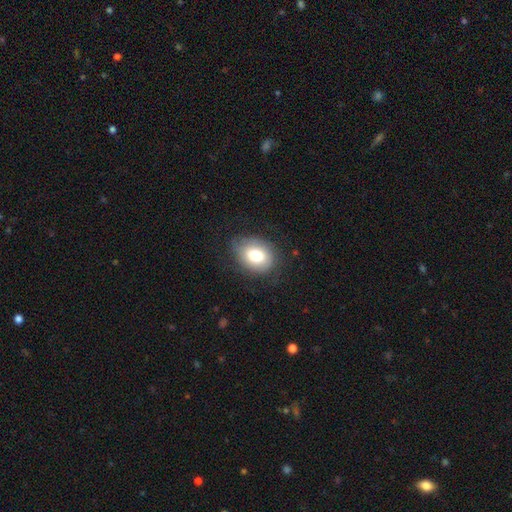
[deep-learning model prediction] smooth-or-featured: smooth: 76% | featured or disk: 17% | star or artifact: 8%
  how-rounded: in between: 70% | round: 29% | cigar-shaped: 1%
  merging: none: 74% | minor disturbance: 19% | major disturbance: 7% | merger: 1%